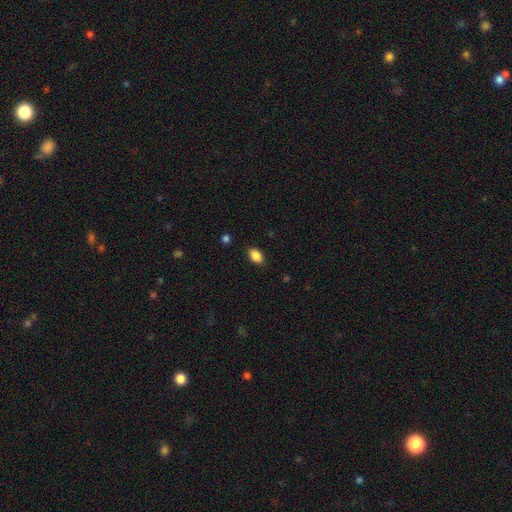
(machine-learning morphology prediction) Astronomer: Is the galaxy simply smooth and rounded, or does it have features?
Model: smooth — 87%.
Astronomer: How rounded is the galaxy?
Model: in between — 88%.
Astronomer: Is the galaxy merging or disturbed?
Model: none — 87%.